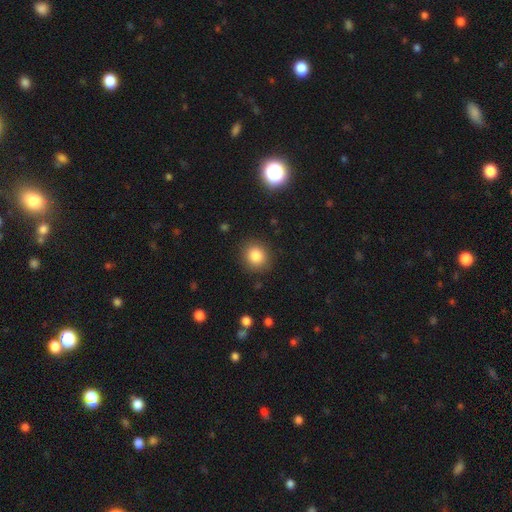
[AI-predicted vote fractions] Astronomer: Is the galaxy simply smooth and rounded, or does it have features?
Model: smooth — 83%.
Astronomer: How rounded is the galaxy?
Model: round — 83%.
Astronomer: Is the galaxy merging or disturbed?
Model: none — 88%.